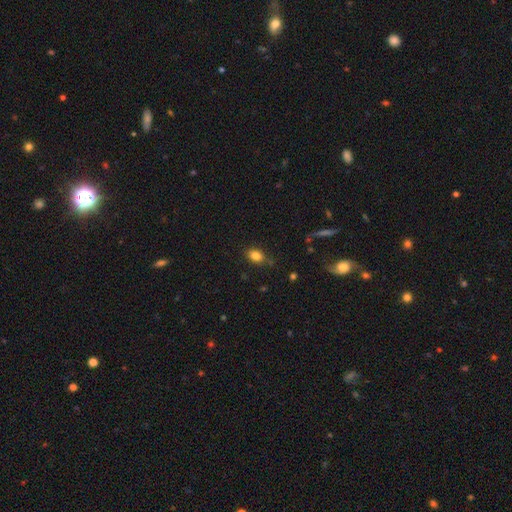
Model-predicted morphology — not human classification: Overall: smooth (83%). How rounded: in between (73%). Merging: none (79%).